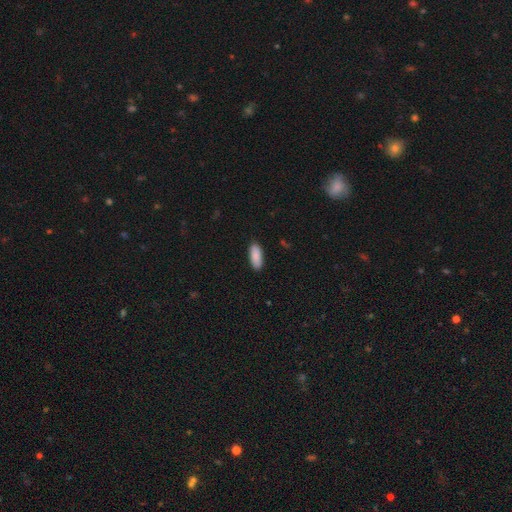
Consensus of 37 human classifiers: Volunteers were most divided on "how rounded": in between: 81%, cigar-shaped: 19%, round: 0%. More confident: smooth or featured — smooth (97%); merging — none (89%).